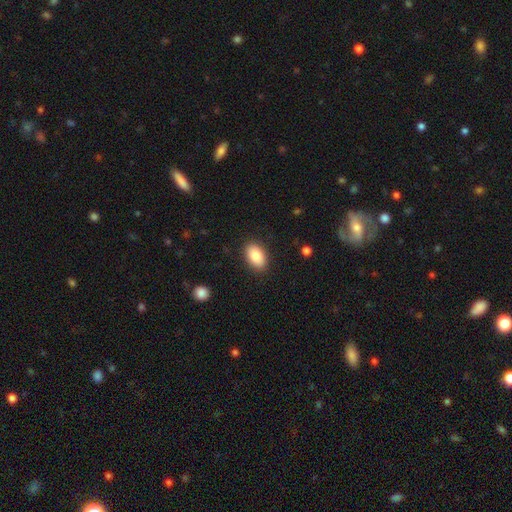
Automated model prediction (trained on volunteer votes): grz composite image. It shows a smooth galaxy with no disk features (87%) that is in between round and cigar-shaped (92%). Merging: none (88%).